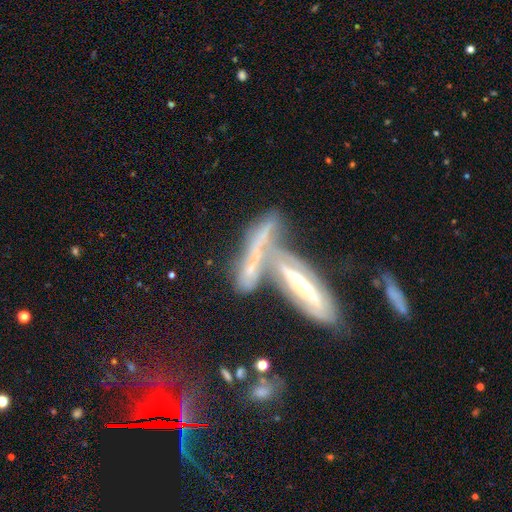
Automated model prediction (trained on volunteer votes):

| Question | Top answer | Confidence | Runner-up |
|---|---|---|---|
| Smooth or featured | featured or disk | 64% | smooth (25%) |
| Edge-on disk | yes | 57% | no (43%) |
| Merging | merger | 50% | none (28%) |